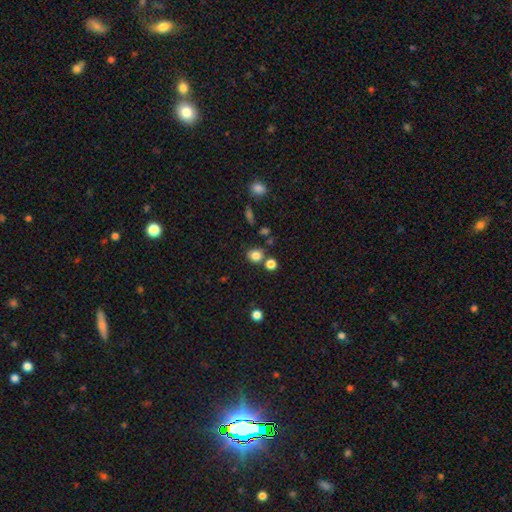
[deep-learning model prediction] A smooth galaxy with no disk features (82%) that is round (79%). Merging: none (73%).